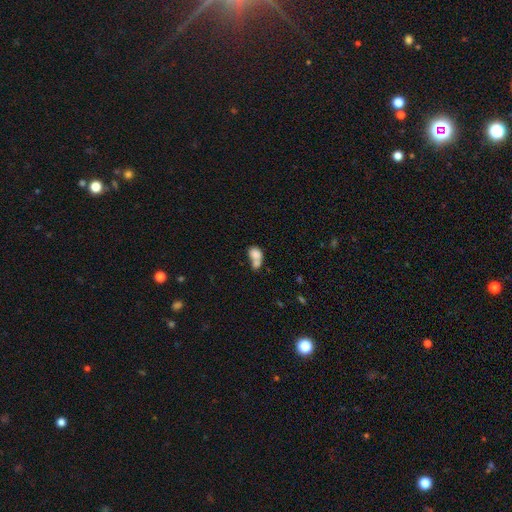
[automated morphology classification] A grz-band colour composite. It shows a smooth galaxy with no disk features (77%) that is in between round and cigar-shaped (65%). Merging: merger (68%).